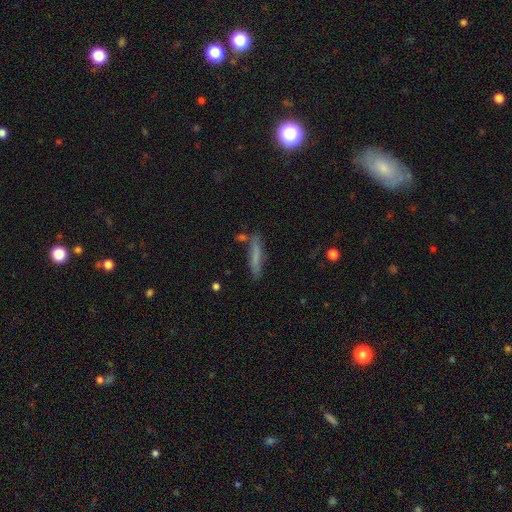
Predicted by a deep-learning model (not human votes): A smooth galaxy with no disk features (68%) that is cigar-shaped (89%). Merging: none (76%).